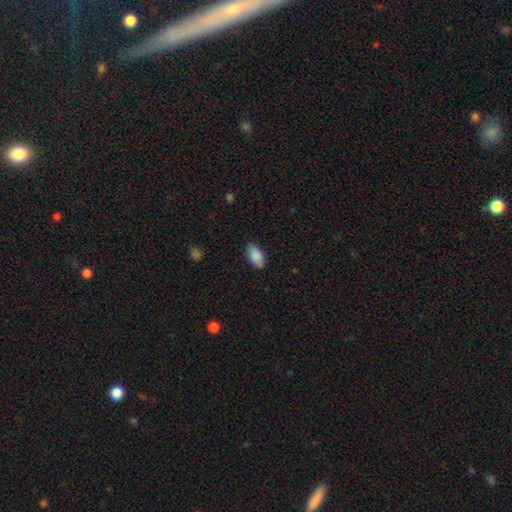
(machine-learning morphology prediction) Smooth or featured? smooth (88%)
How rounded? in between (94%)
Merging? none (83%)